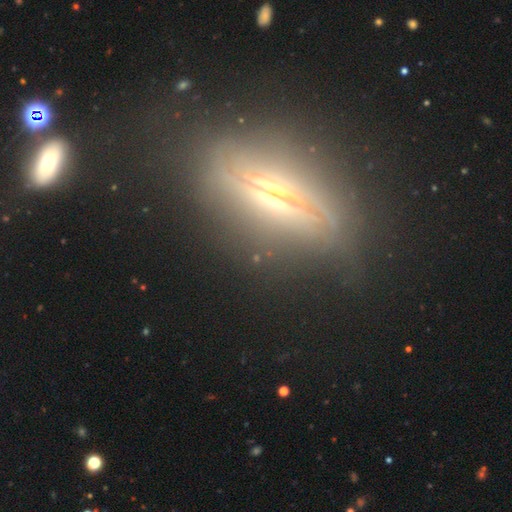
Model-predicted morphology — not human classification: Smooth or featured? Predicted: featured or disk (p=0.70). Edge-on disk? Predicted: yes (p=0.79). Edge-on bulge? Predicted: rounded (p=0.79). Merging? Predicted: none (p=0.72).